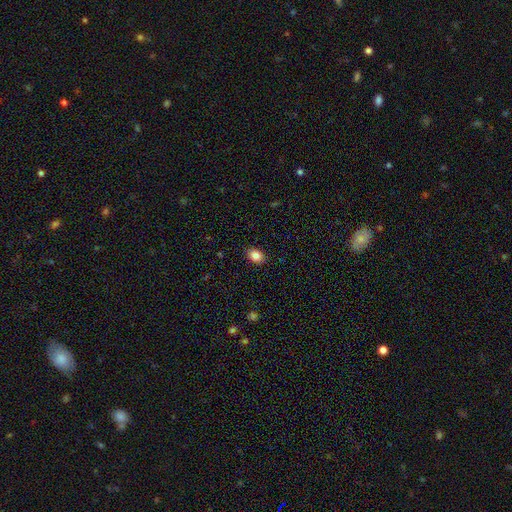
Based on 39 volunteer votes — Overall: smooth (90%). How rounded: in between (71%). Merging: none (92%).